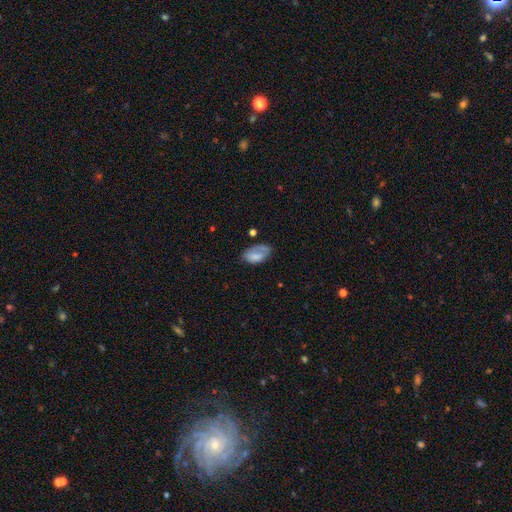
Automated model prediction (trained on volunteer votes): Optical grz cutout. It shows a smooth galaxy with no disk features (72%) that is in between round and cigar-shaped (92%). Merging: none (47%).